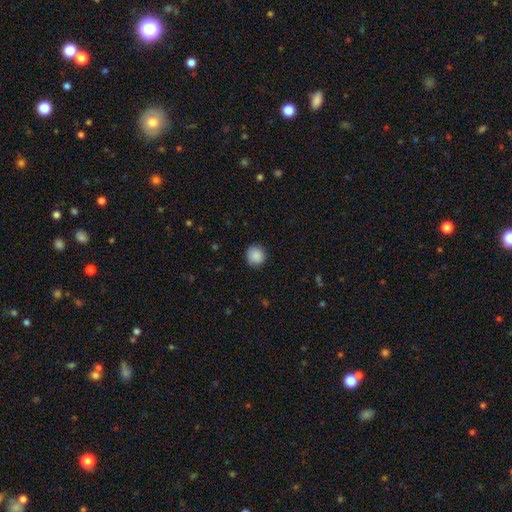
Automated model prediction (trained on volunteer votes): Overall: smooth (89%). How rounded: round (92%). Merging: none (89%).